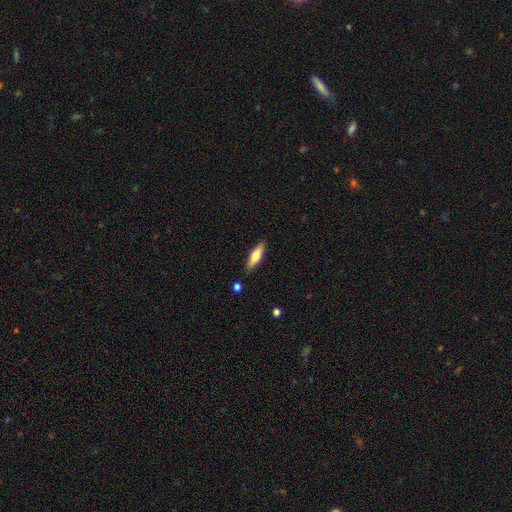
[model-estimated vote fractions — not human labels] Smooth or featured?
  - smooth: 64% *
  - featured or disk: 30%
  - star or artifact: 6%
How rounded?
  - cigar-shaped: 56% *
  - in between: 42%
  - round: 2%
Merging?
  - none: 86% *
  - minor disturbance: 10%
  - major disturbance: 2%
  - merger: 2%